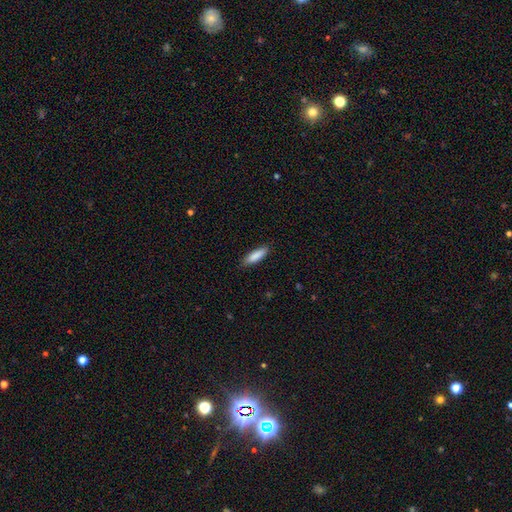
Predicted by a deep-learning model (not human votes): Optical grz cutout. It shows a smooth galaxy with no disk features (87%) that is cigar-shaped (59%). Merging: none (86%).